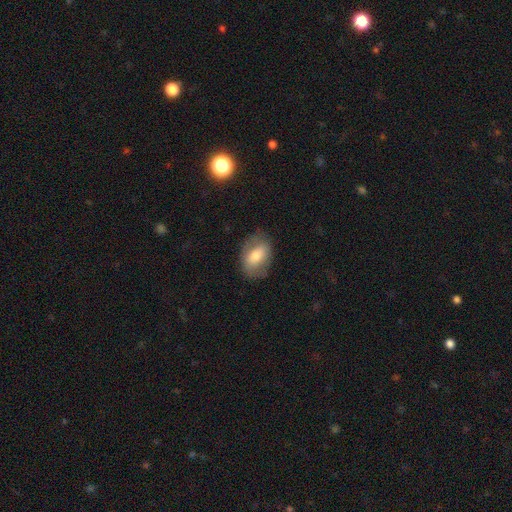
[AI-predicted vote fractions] A smooth galaxy with no disk features (62%) that is in between round and cigar-shaped (84%).

Vote fractions:
- Smooth or featured? smooth: 62% / featured or disk: 30% / star or artifact: 7%
- How rounded? in between: 84% / round: 15% / cigar-shaped: 2%
- Merging? none: 72% / minor disturbance: 19% / major disturbance: 8% / merger: 1%